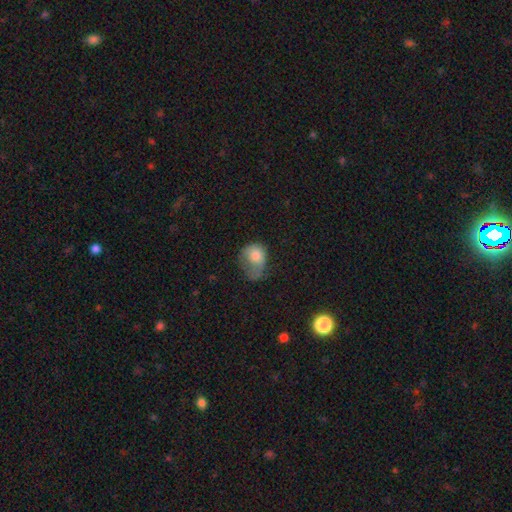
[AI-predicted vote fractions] smooth_or_featured: smooth (p=0.73) [alt: featured or disk p=0.18]
how_rounded: in between (p=0.54) [alt: round p=0.45]
merging: major disturbance (p=0.48) [alt: minor disturbance p=0.31]